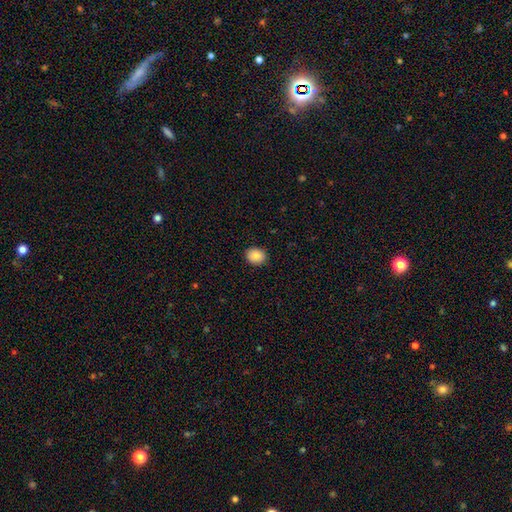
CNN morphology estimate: The model was most divided on "how rounded": round: 59%, in between: 40%, cigar-shaped: 1%. More confident: merging — none (89%); smooth or featured — smooth (87%).